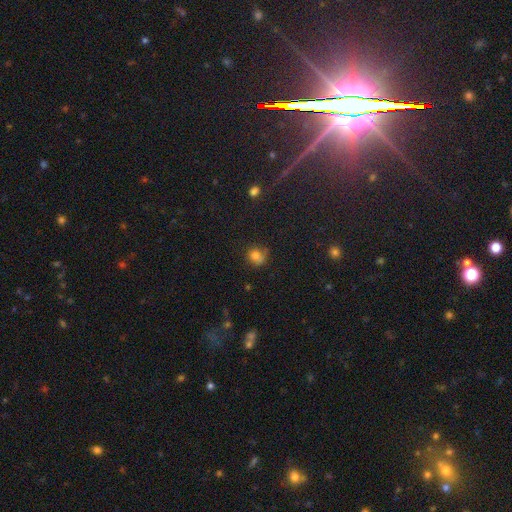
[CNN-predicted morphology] The model was most divided on "merging": none: 60%, minor disturbance: 22%, merger: 10%, major disturbance: 8%. More confident: how rounded — round (82%); smooth or featured — smooth (76%).